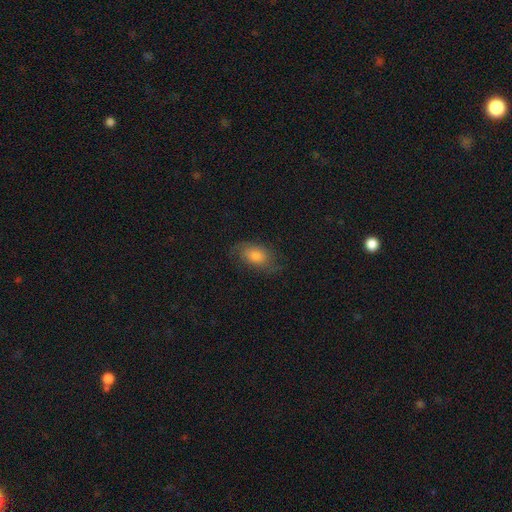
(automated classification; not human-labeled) A smooth galaxy with no disk features (46%).

Vote fractions:
- Smooth or featured? smooth: 46% / featured or disk: 44% / star or artifact: 10%
- Merging? none: 69% / minor disturbance: 20% / major disturbance: 10% / merger: 1%